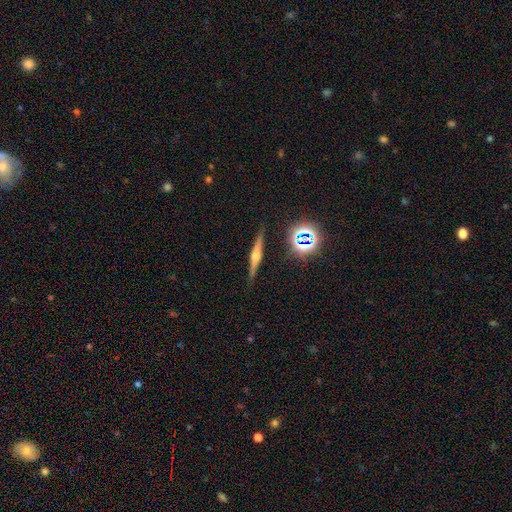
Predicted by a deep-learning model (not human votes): This appears to be a featured or disk galaxy (71%) viewed edge-on (97%) with a rounded central bulge (88%). Merging: none (88%).